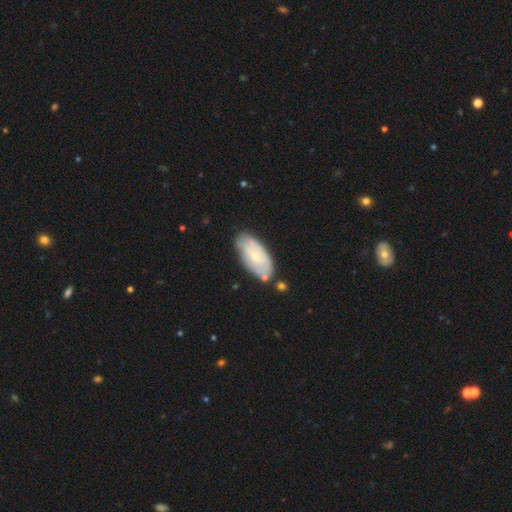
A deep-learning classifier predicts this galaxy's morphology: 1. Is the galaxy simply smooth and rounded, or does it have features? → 55% smooth, 39% featured or disk, 6% star or artifact.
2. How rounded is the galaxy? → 90% in between, 8% cigar-shaped, 2% round.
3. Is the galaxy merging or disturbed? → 70% none, 20% minor disturbance, 6% merger, 4% major disturbance.